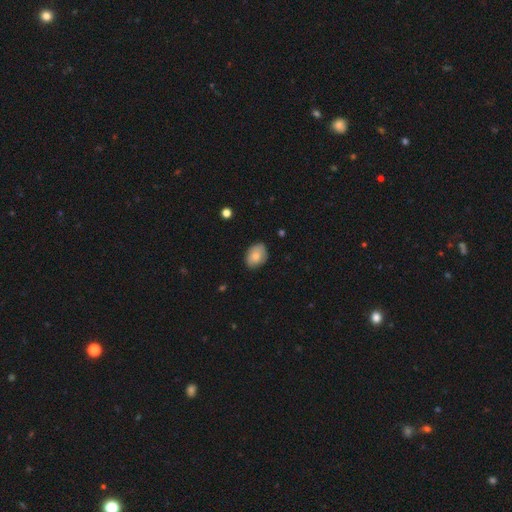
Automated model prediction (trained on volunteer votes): smooth 76%, featured or disk 17%, star or artifact 7%. Down the decision tree: how rounded — in between (74%); merging — none (77%).